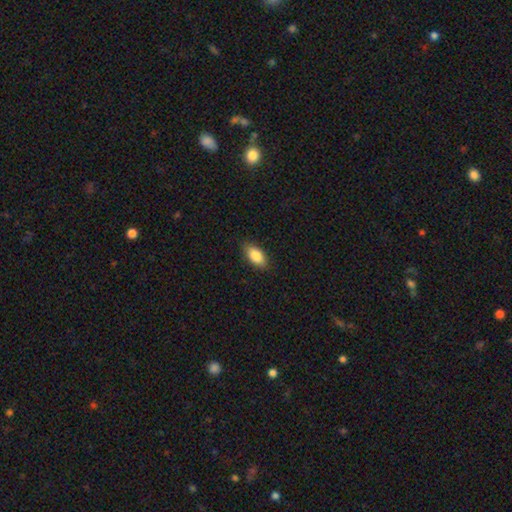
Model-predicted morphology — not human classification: Q: Smooth or featured?
A: smooth (86%); runner-up: featured or disk (7%)
Q: How rounded?
A: in between (90%); runner-up: cigar-shaped (7%)
Q: Merging?
A: none (87%); runner-up: minor disturbance (10%)